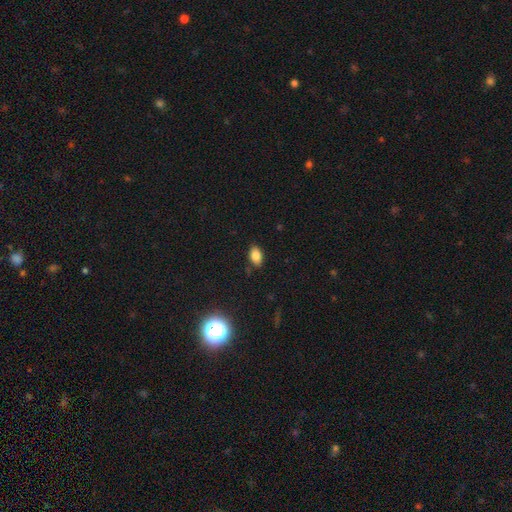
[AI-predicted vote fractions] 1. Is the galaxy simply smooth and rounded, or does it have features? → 82% smooth, 11% star or artifact, 7% featured or disk.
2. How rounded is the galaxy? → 88% in between, 9% round, 3% cigar-shaped.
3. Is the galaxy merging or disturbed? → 84% none, 12% minor disturbance, 2% major disturbance, 1% merger.